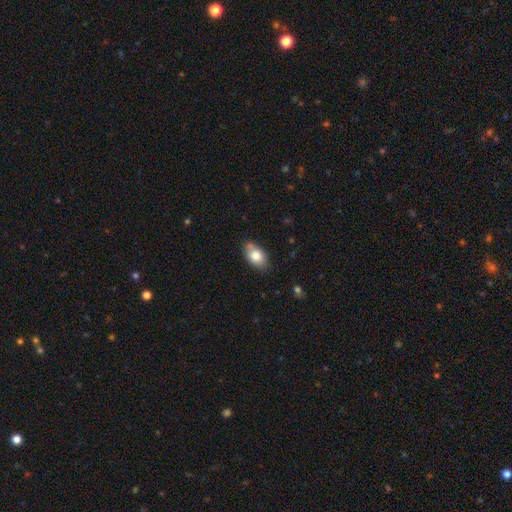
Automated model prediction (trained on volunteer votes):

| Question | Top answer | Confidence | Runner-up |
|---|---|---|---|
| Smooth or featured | smooth | 81% | featured or disk (12%) |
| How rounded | in between | 89% | round (10%) |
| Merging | none | 74% | minor disturbance (17%) |